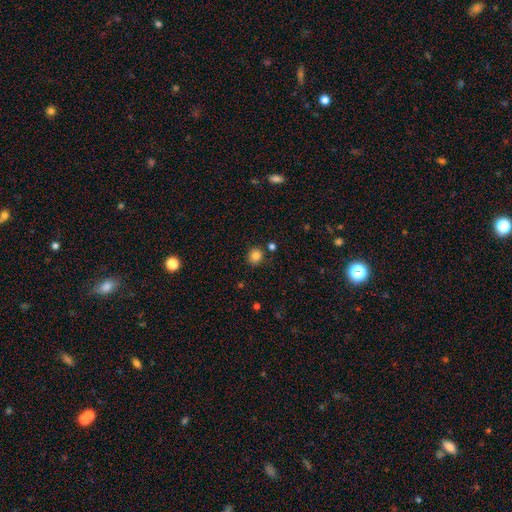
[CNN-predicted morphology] smooth_or_featured: smooth (p=0.83) [alt: star or artifact p=0.12]
how_rounded: round (p=0.83) [alt: in between p=0.16]
merging: none (p=0.83) [alt: minor disturbance p=0.09]